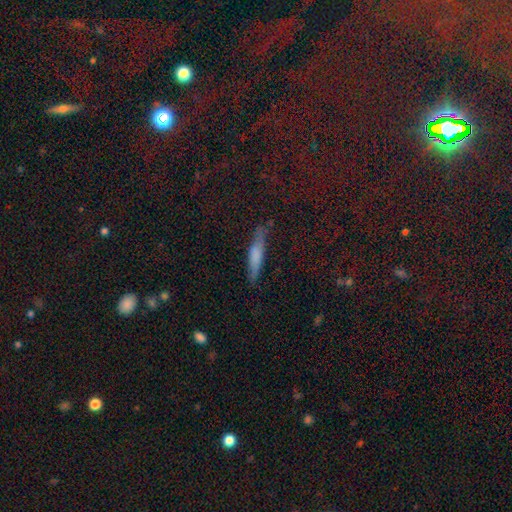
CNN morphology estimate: Smooth or featured?
  - smooth: 63% *
  - featured or disk: 29%
  - star or artifact: 8%
How rounded?
  - cigar-shaped: 84% *
  - in between: 14%
  - round: 2%
Merging?
  - none: 79% *
  - minor disturbance: 16%
  - major disturbance: 3%
  - merger: 2%